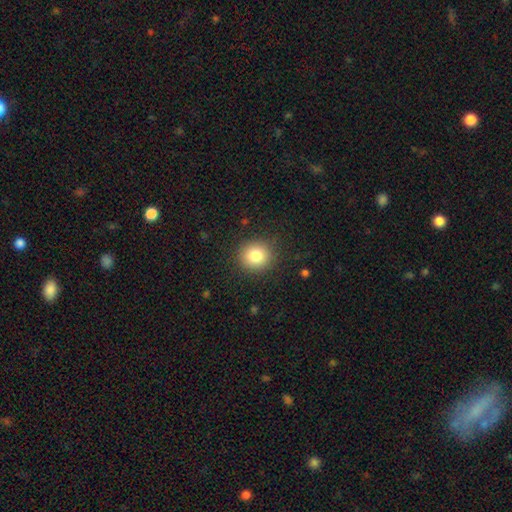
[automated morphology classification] Smooth or featured? Predicted: smooth (p=0.82). How rounded? Predicted: round (p=0.87). Merging? Predicted: none (p=0.89).